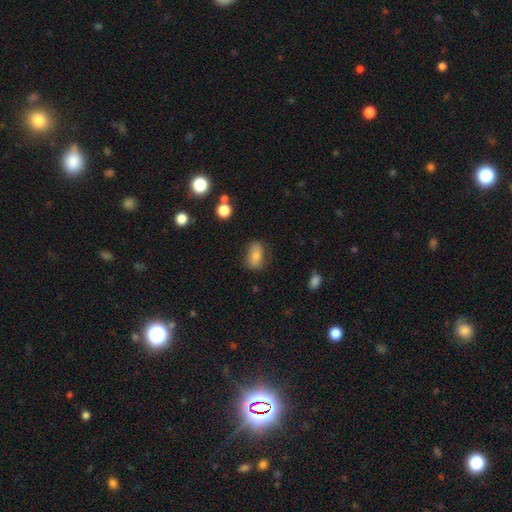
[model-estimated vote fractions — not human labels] Smooth or featured?
  - smooth: 70% *
  - featured or disk: 21%
  - star or artifact: 9%
How rounded?
  - in between: 81% *
  - round: 17%
  - cigar-shaped: 2%
Merging?
  - none: 71% *
  - minor disturbance: 21%
  - major disturbance: 6%
  - merger: 2%